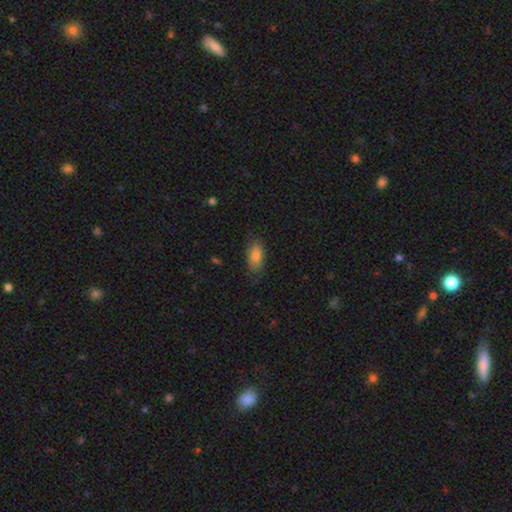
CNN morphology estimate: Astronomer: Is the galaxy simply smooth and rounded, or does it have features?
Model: smooth — 82%.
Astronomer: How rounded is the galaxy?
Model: in between — 90%.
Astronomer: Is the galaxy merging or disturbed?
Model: none — 74%.